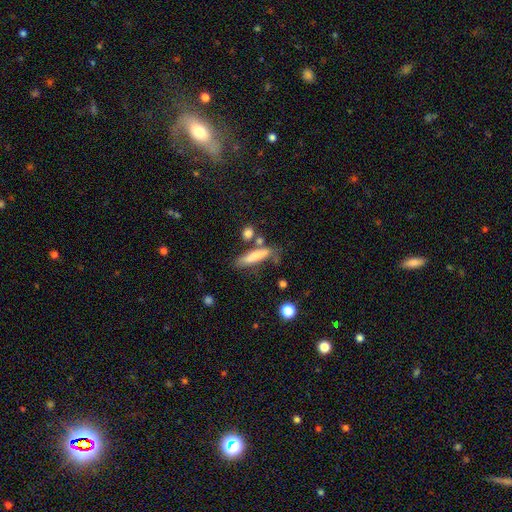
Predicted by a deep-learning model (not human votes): smooth-or-featured: smooth: 71% | featured or disk: 21% | star or artifact: 8%
  how-rounded: cigar-shaped: 77% | in between: 20% | round: 3%
  merging: none: 59% | minor disturbance: 20% | merger: 13% | major disturbance: 8%